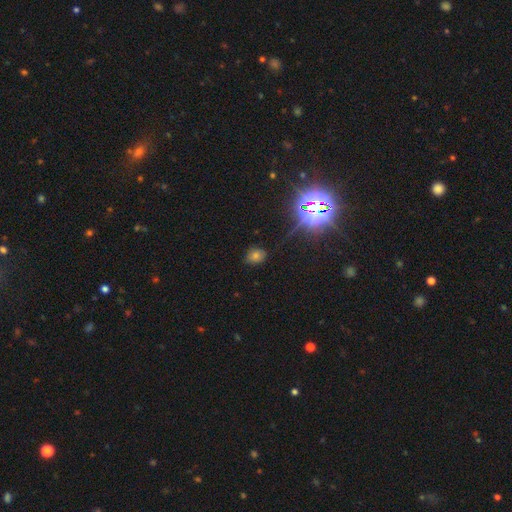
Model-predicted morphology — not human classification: A star or artifact, not a galaxy (46%).

Vote fractions:
- Smooth or featured? star or artifact: 46% / smooth: 42% / featured or disk: 11%